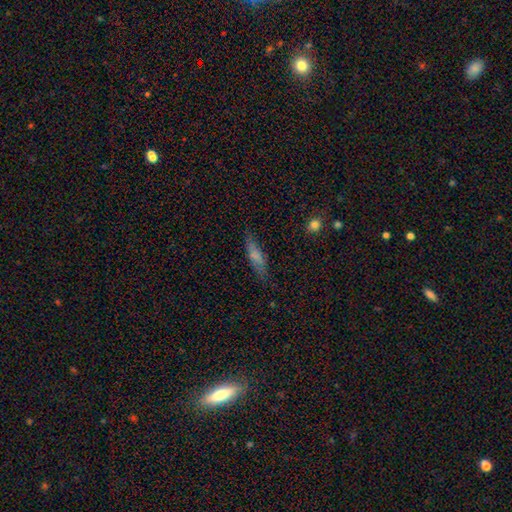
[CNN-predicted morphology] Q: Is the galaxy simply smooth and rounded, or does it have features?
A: smooth — 63%.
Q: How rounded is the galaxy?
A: cigar-shaped — 66%.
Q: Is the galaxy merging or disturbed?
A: none — 75%.